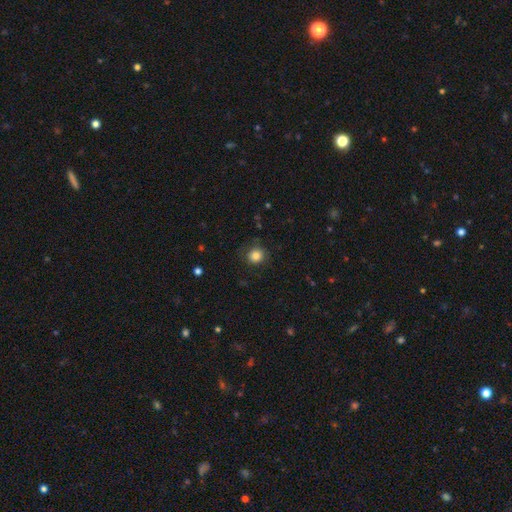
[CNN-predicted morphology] Smooth or featured: smooth — 84% (star or artifact — 11%)
How rounded: round — 89% (in between — 10%)
Merging: none — 81% (minor disturbance — 13%)